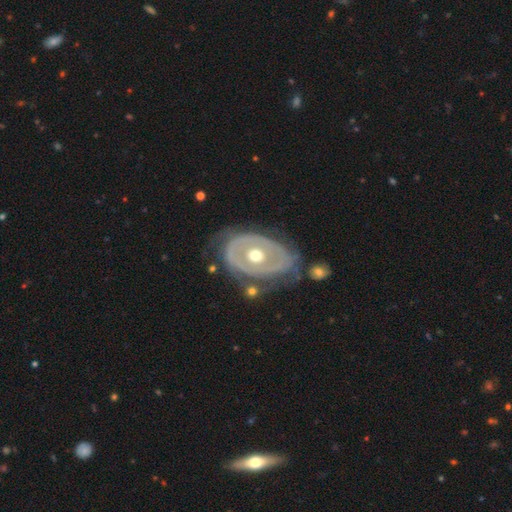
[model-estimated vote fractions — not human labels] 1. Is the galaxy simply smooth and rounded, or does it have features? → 74% featured or disk, 21% smooth, 5% star or artifact.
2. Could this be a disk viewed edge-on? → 94% no, 6% yes.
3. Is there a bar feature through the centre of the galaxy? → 87% no, 9% weak, 4% strong.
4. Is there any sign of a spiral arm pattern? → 64% no, 36% yes.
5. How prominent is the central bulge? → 75% moderate, 18% small, 5% large, 1% dominant, 1% none.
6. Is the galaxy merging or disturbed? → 58% none, 23% minor disturbance, 14% major disturbance, 5% merger.